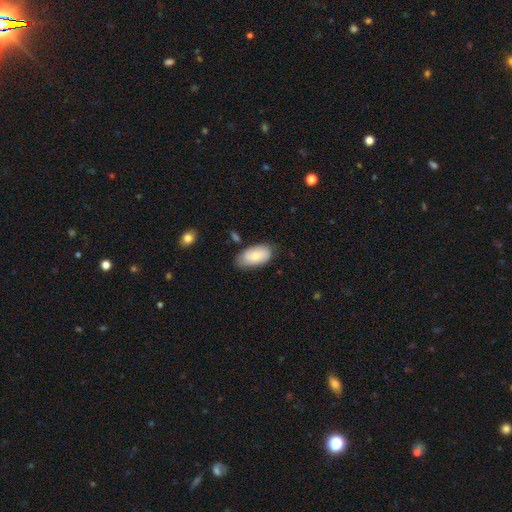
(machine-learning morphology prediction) Q: Smooth or featured?
A: smooth (75%); runner-up: featured or disk (18%)
Q: How rounded?
A: in between (94%); runner-up: round (4%)
Q: Merging?
A: none (69%); runner-up: minor disturbance (23%)